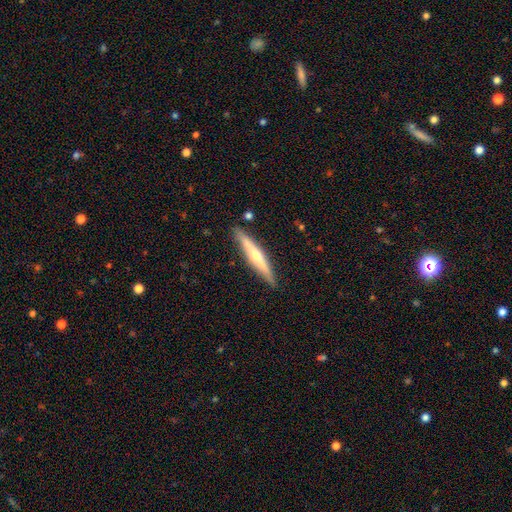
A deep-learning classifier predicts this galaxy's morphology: This appears to be a featured or disk galaxy (63%) viewed edge-on (95%) with a rounded central bulge (86%). Merging: none (89%).